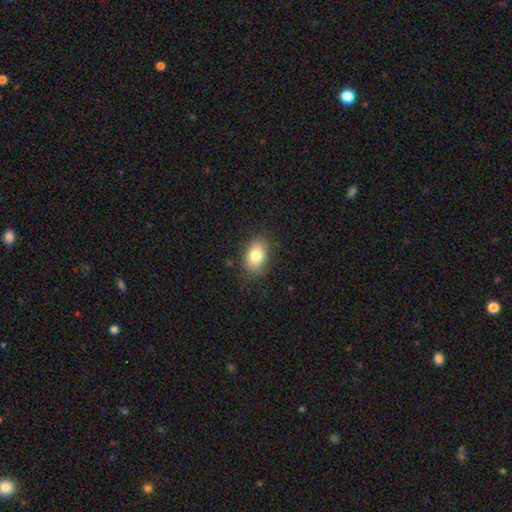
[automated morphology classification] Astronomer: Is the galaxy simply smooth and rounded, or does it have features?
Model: smooth — 80%.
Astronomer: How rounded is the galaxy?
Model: in between — 85%.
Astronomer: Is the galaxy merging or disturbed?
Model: none — 84%.